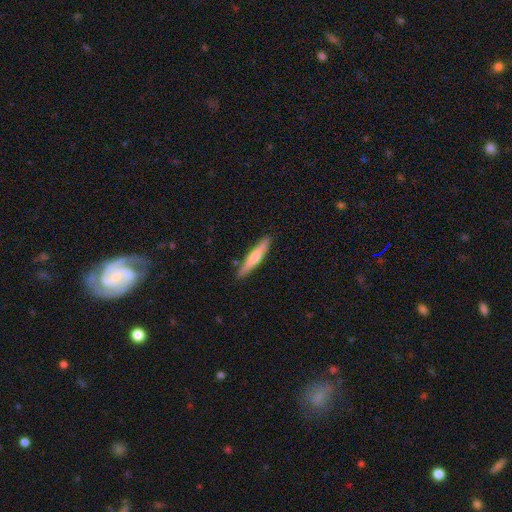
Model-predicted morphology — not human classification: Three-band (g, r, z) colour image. It shows a smooth galaxy with no disk features (60%) that is cigar-shaped (92%). Merging: none (88%).